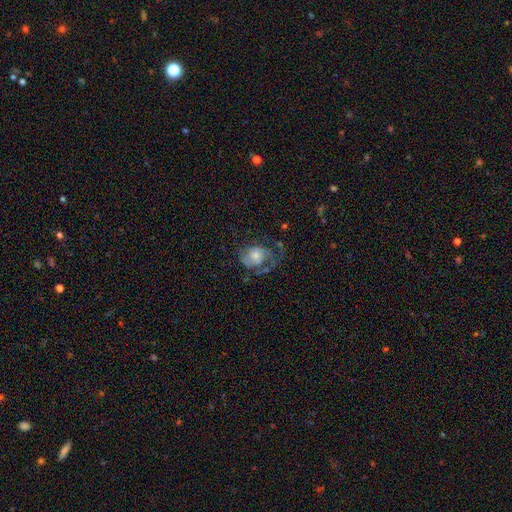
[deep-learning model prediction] featured or disk 62%, smooth 30%, star or artifact 8%. Down the decision tree: edge-on disk — no (97%); bar — no (74%); spiral arms — yes (80%); bulge size — moderate (44%); merging — none (38%).